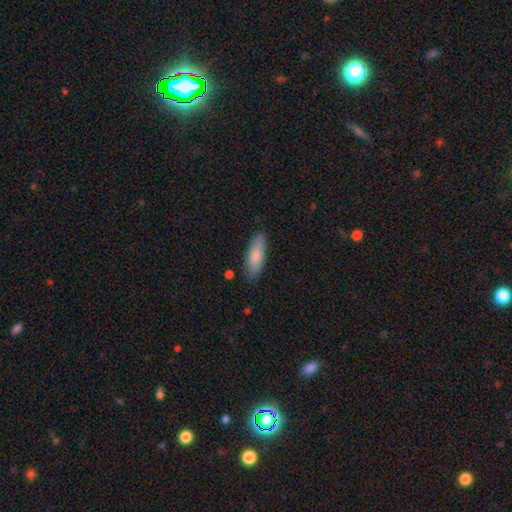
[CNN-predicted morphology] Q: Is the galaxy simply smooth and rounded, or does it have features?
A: smooth — 82%.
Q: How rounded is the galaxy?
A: in between — 54%.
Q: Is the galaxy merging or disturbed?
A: none — 84%.